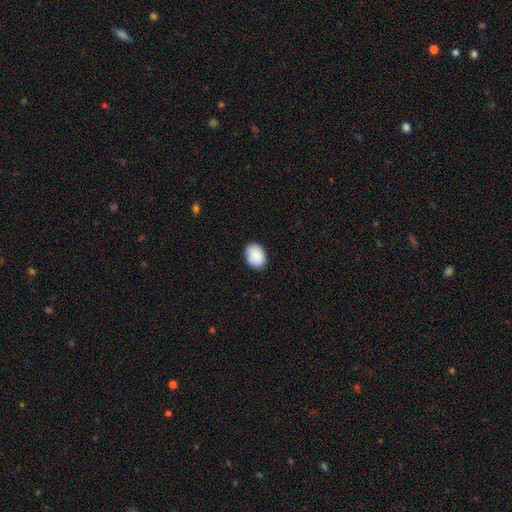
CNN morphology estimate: Smooth or featured?
  - smooth: 91% *
  - star or artifact: 6%
  - featured or disk: 3%
How rounded?
  - in between: 70% *
  - round: 29%
  - cigar-shaped: 1%
Merging?
  - none: 88% *
  - minor disturbance: 10%
  - major disturbance: 2%
  - merger: 1%